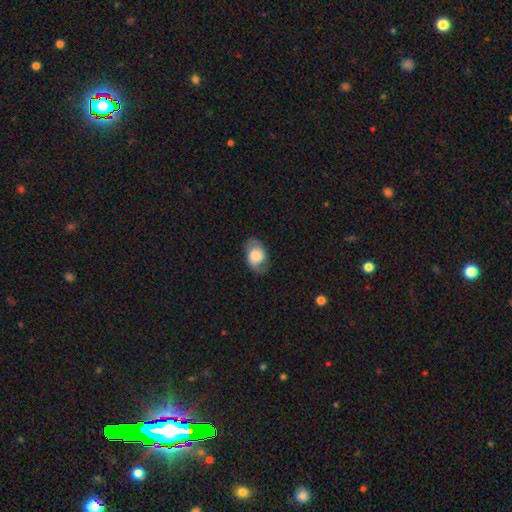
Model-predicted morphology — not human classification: A smooth galaxy with no disk features (66%) that is in between round and cigar-shaped (75%). Merging: none (71%).